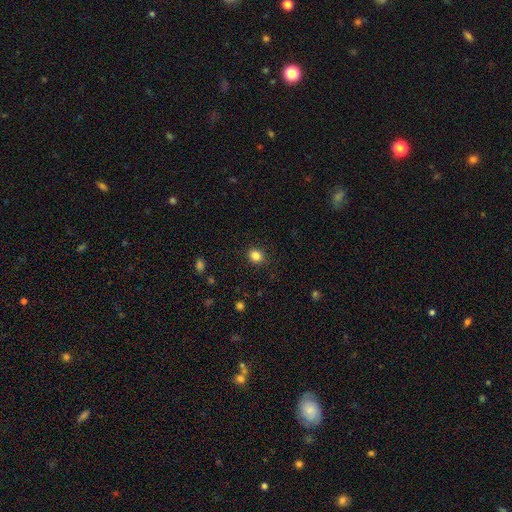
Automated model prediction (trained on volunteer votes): Smooth or featured? smooth (84%)
How rounded? round (74%)
Merging? none (89%)